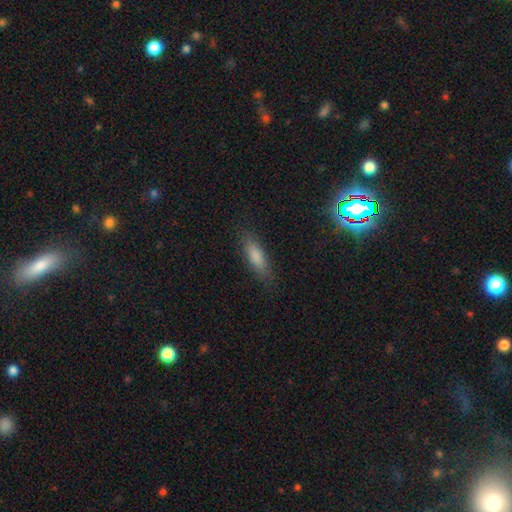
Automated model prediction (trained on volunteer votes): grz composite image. It shows a smooth galaxy with no disk features (77%) that is cigar-shaped (50%). Merging: none (83%).